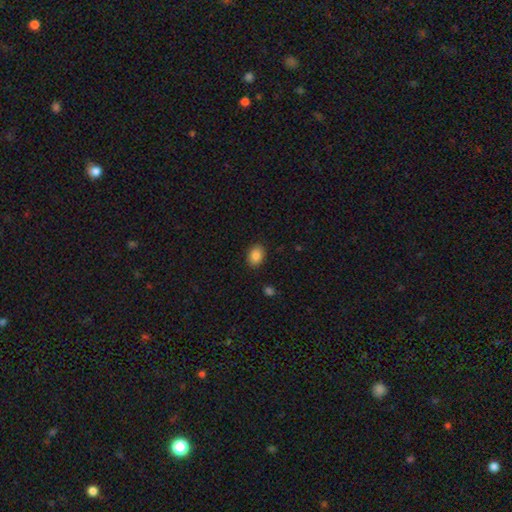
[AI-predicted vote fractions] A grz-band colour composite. It shows a smooth galaxy with no disk features (87%) that is in between round and cigar-shaped (73%). Merging: none (88%).